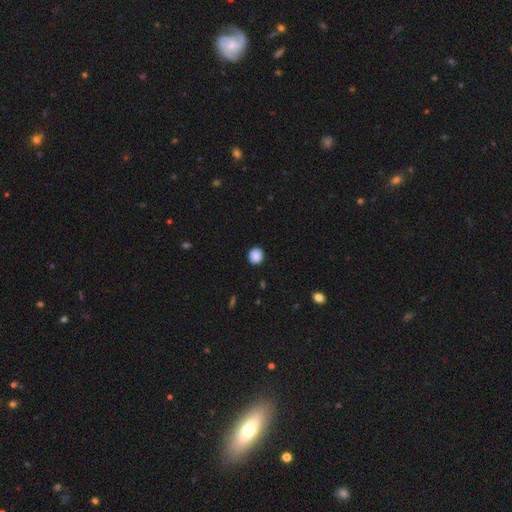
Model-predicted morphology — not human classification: type=smooth (89%); roundness=round (88%); merging=none (91%).